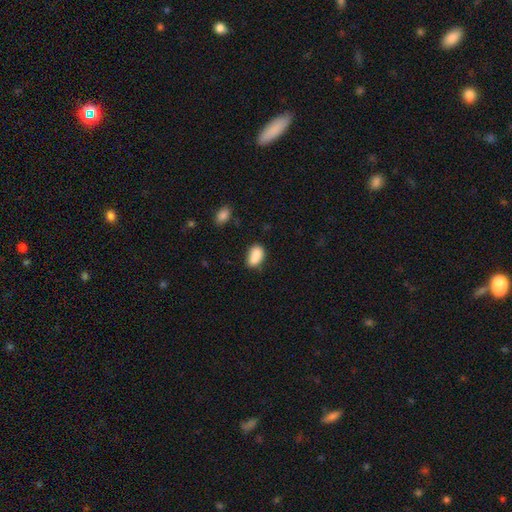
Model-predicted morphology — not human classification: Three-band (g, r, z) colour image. It shows a smooth galaxy with no disk features (79%) that is in between round and cigar-shaped (81%). Merging: none (40%).